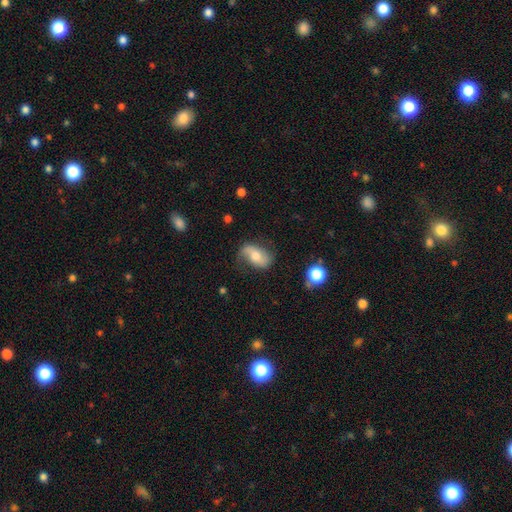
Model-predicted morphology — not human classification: smooth_or_featured: featured or disk (p=0.59) [alt: smooth p=0.34]
disk_edge_on: no (p=0.94) [alt: yes p=0.06]
bar: no (p=0.52) [alt: weak p=0.33]
has_spiral_arms: yes (p=0.87) [alt: no p=0.13]
bulge_size: moderate (p=0.62) [alt: small p=0.25]
merging: none (p=0.66) [alt: minor disturbance p=0.23]